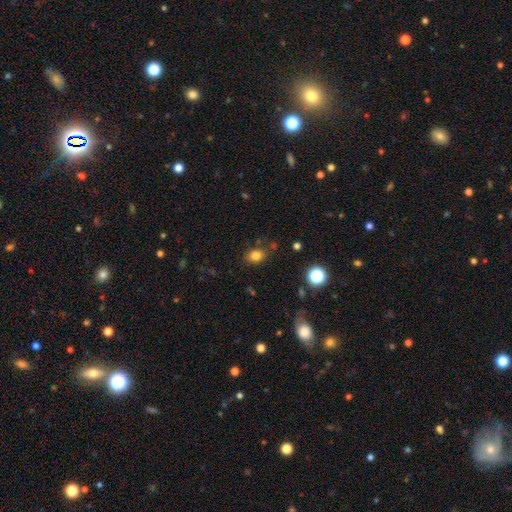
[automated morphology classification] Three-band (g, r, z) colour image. It shows a smooth galaxy with no disk features (81%) that is in between round and cigar-shaped (54%). Merging: none (78%).